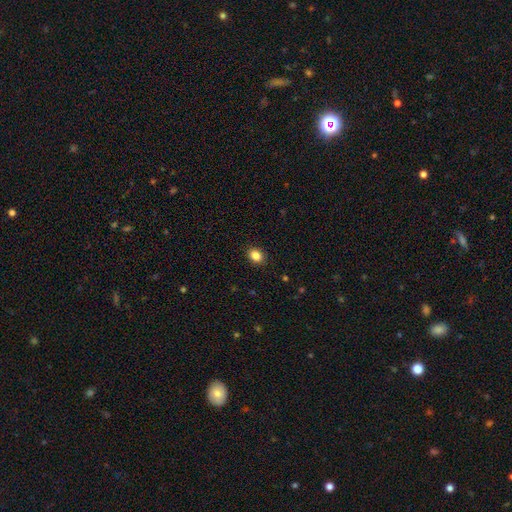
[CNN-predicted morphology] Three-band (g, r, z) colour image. It shows a smooth galaxy with no disk features (86%) that is in between round and cigar-shaped (56%). Merging: none (90%).